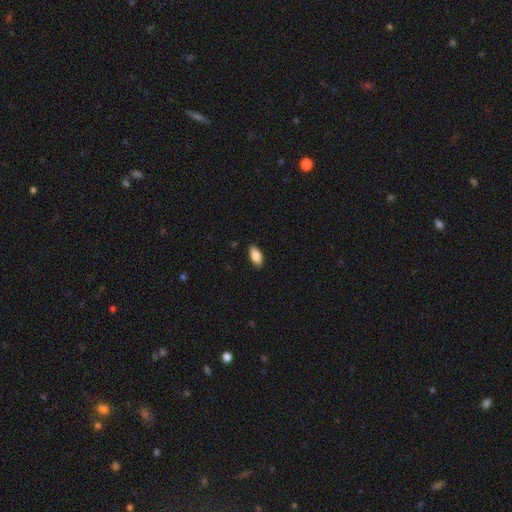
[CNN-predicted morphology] This is clearly a smooth galaxy (87%). How rounded: clearly in between (91%). Merging: clearly none (88%).